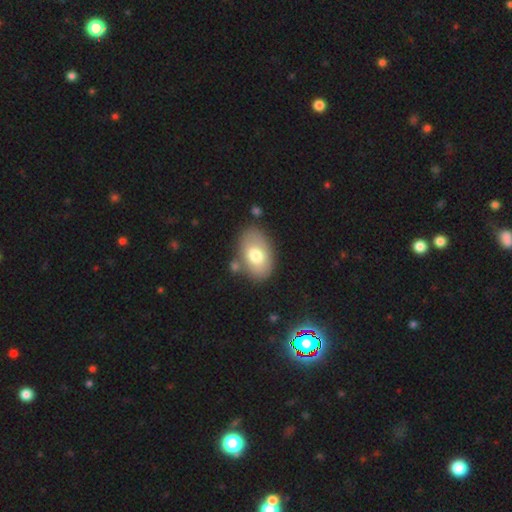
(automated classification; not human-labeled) Smooth or featured? Predicted: smooth (p=0.74). How rounded? Predicted: in between (p=0.89). Merging? Predicted: none (p=0.75).